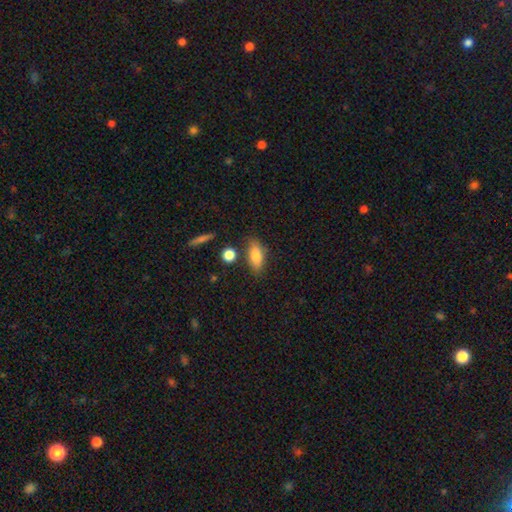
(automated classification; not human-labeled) This is clearly a smooth galaxy (82%). How rounded: clearly in between (81%). Merging: likely none (75%).